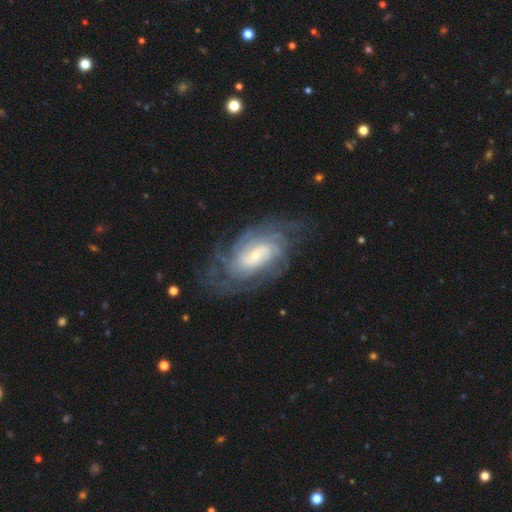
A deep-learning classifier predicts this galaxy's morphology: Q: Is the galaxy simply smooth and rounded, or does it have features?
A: featured or disk — 85%.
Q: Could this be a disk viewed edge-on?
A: no — 95%.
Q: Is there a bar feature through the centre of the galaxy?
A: no — 57%.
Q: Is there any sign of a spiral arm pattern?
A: yes — 95%.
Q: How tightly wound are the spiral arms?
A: tight — 62%.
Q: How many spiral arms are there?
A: can't tell — 39%.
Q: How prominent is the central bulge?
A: small — 69%.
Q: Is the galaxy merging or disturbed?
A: none — 67%.